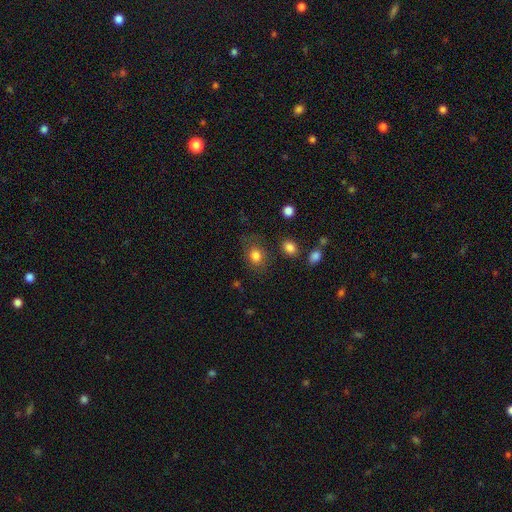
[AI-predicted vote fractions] smooth 81%, star or artifact 11%, featured or disk 7%. Down the decision tree: how rounded — round (56%); merging — none (72%).